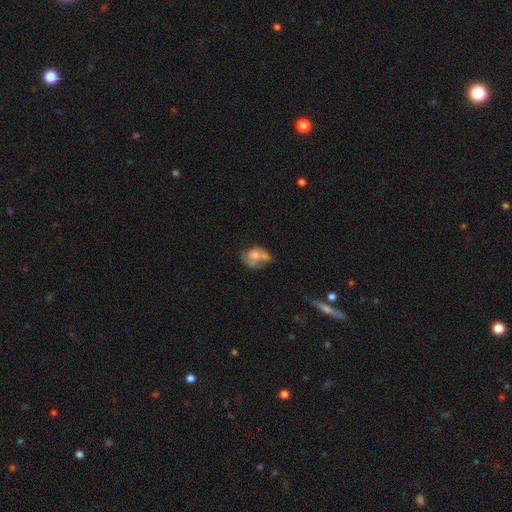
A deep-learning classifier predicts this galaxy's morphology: Smooth or featured? Predicted: smooth (p=0.54). How rounded? Predicted: in between (p=0.56). Merging? Predicted: merger (p=0.29, tied with none).